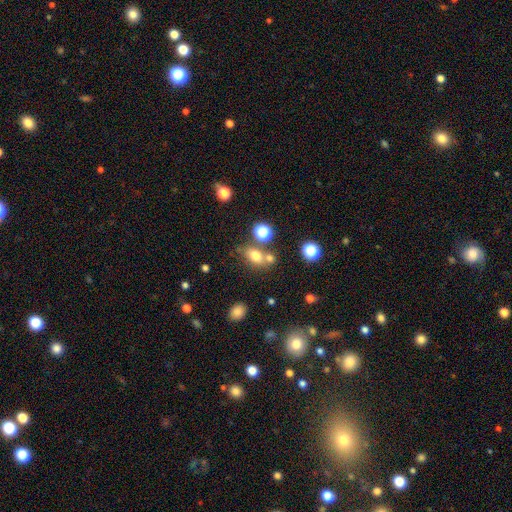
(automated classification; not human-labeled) This is likely a smooth galaxy (72%). How rounded: likely in between (66%). Merging: possibly none (56%).